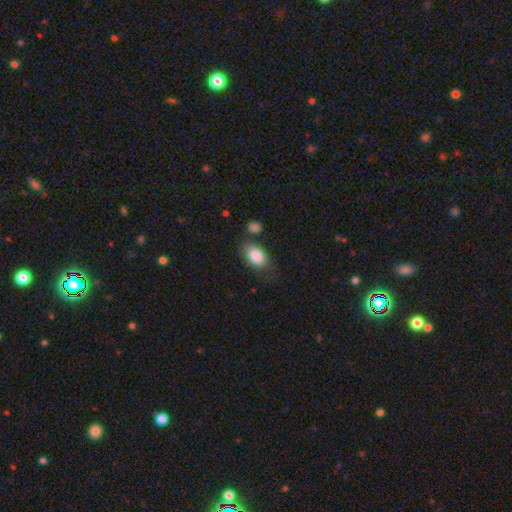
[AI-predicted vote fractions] Overall: smooth (85%). How rounded: in between (89%). Merging: none (59%; minor disturbance 23%).